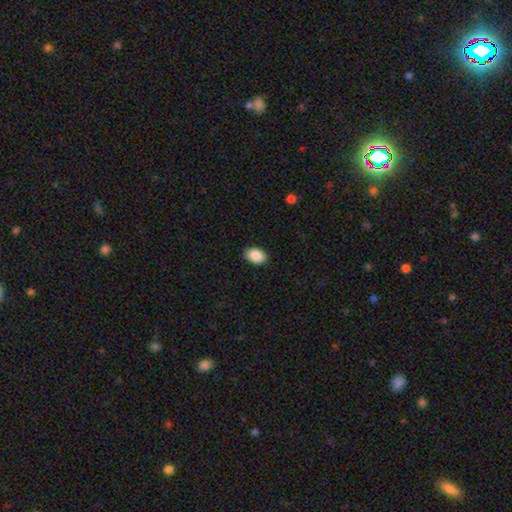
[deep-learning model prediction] Smooth or featured? smooth (89%)
How rounded? in between (85%)
Merging? none (90%)